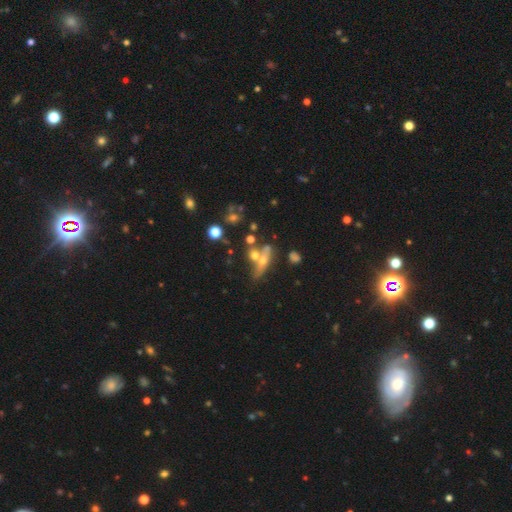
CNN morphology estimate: The model was most divided on "smooth or featured": featured or disk: 48%, smooth: 39%, star or artifact: 13%. Remaining: merging — none (46%).